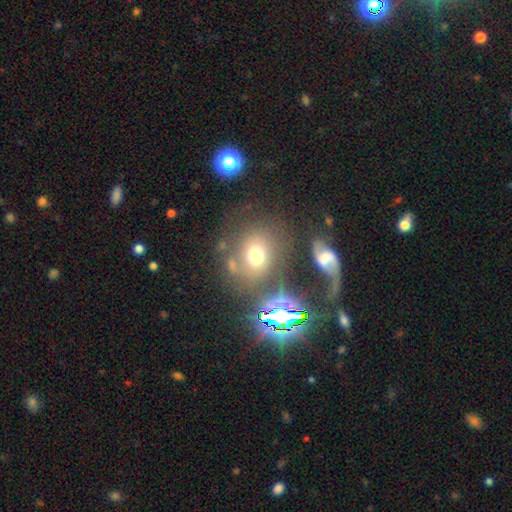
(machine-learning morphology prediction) Smooth or featured: smooth — 63% (star or artifact — 20%)
How rounded: round — 65% (in between — 34%)
Merging: none — 62% (minor disturbance — 14%)